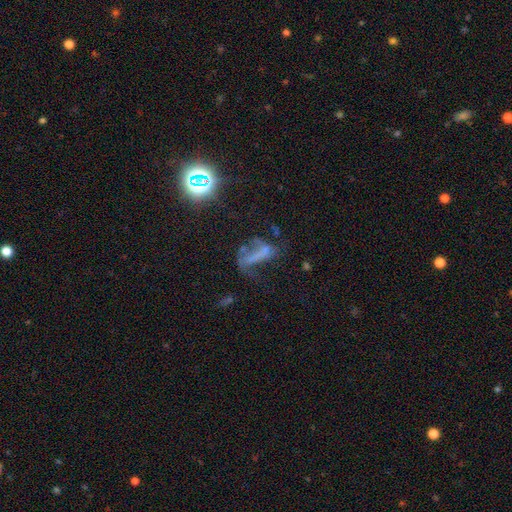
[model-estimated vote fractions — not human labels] A featured or disk galaxy (39%).

Vote fractions:
- Smooth or featured? featured or disk: 39% / star or artifact: 33% / smooth: 29%
- Merging? major disturbance: 41% / none: 30% / minor disturbance: 17% / merger: 12%